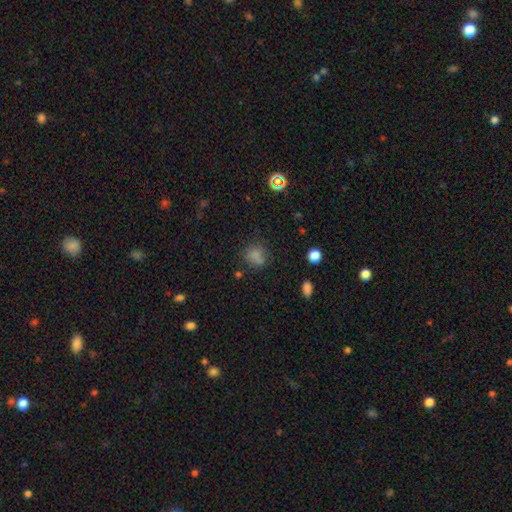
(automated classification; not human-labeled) Q: Smooth or featured?
A: smooth (77%); runner-up: star or artifact (16%)
Q: How rounded?
A: round (74%); runner-up: in between (25%)
Q: Merging?
A: none (68%); runner-up: minor disturbance (19%)